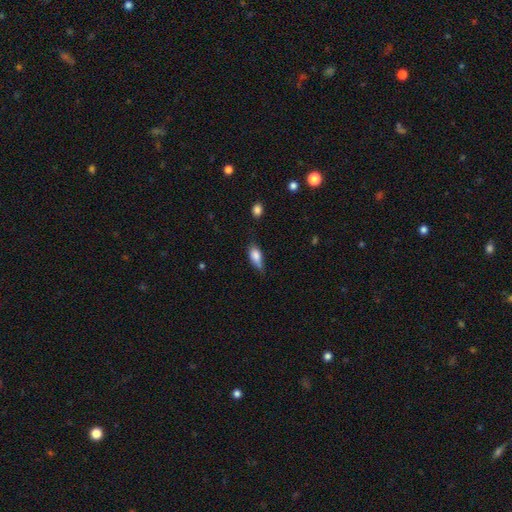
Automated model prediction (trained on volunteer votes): This is likely a smooth galaxy (75%). How rounded: likely in between (79%). Merging: possibly none (45%).